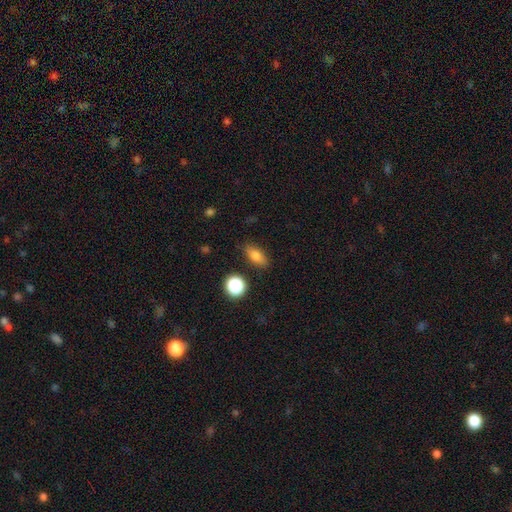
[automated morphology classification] Smooth or featured?
  - smooth: 77% *
  - featured or disk: 12%
  - star or artifact: 11%
How rounded?
  - in between: 75% *
  - cigar-shaped: 14%
  - round: 11%
Merging?
  - none: 84% *
  - minor disturbance: 11%
  - major disturbance: 3%
  - merger: 2%